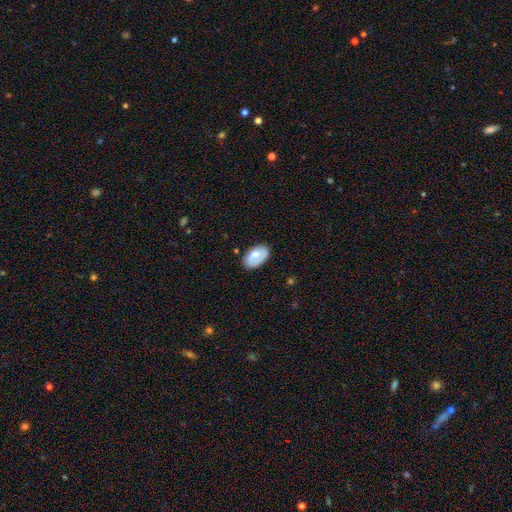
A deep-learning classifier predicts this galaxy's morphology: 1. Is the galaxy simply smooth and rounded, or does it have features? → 63% smooth, 31% featured or disk, 7% star or artifact.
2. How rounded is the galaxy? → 92% in between, 6% round, 1% cigar-shaped.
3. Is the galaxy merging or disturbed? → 75% none, 18% minor disturbance, 5% major disturbance, 2% merger.